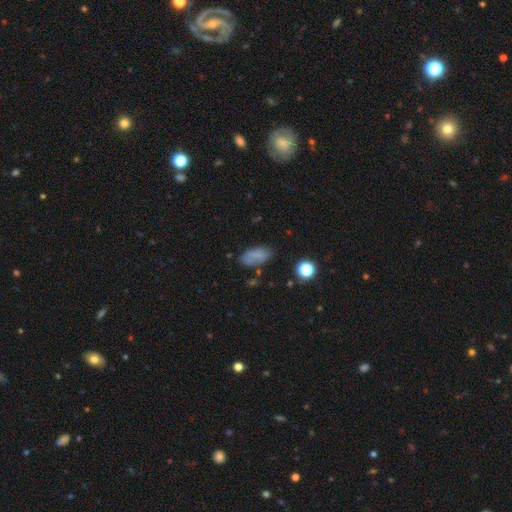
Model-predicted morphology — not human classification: This appears to be a smooth galaxy with no disk features (78%) that is in between round and cigar-shaped (91%). Merging: none (73%).